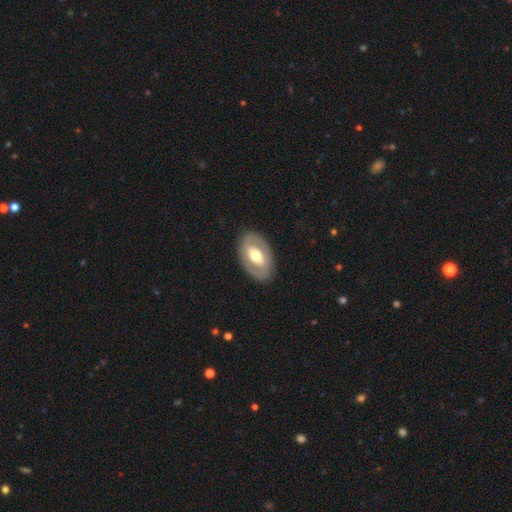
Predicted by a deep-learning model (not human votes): Overall: featured or disk (55%; smooth 40%). Edge-on disk: no (91%). Merging: none (85%).